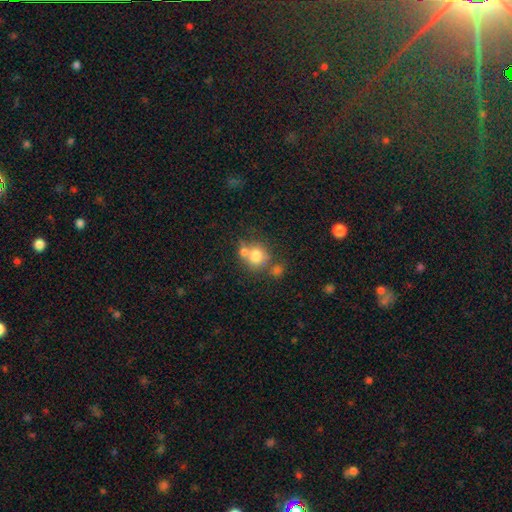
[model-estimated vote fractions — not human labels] smooth 75%, featured or disk 14%, star or artifact 11%. Down the decision tree: how rounded — round (84%); merging — none (49%).